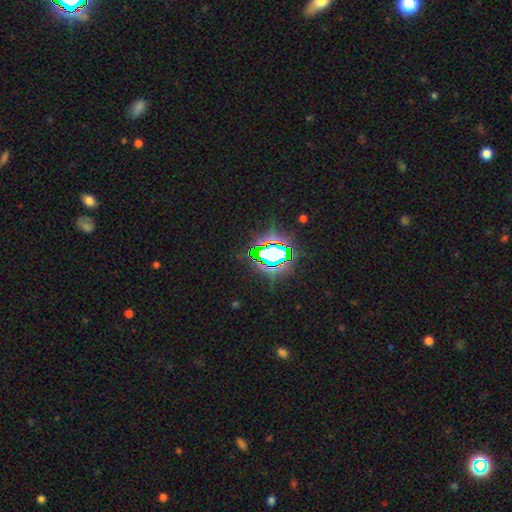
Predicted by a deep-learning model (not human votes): The model was most divided on "smooth or featured": star or artifact: 78%, smooth: 14%, featured or disk: 9%.